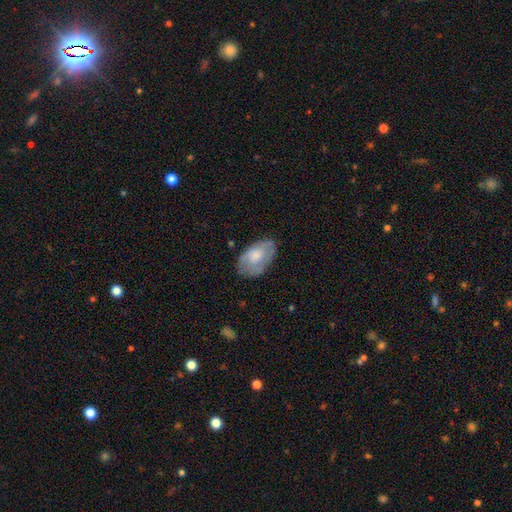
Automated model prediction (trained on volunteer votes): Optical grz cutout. It shows a smooth galaxy with no disk features (63%) that is in between round and cigar-shaped (93%). Merging: none (68%).